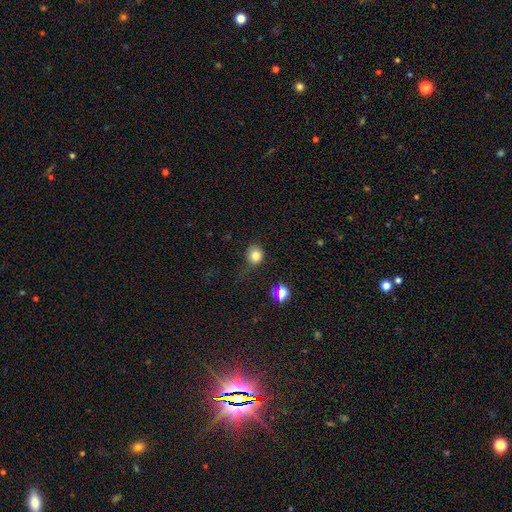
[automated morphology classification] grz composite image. It shows a smooth galaxy with no disk features (79%) that is round (80%). Merging: none (65%).